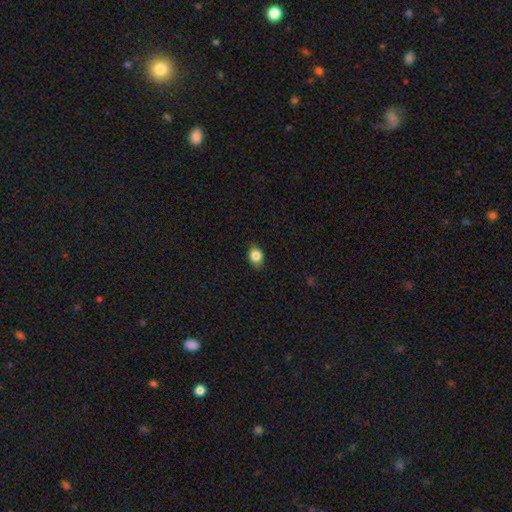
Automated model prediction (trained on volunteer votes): This is clearly a smooth galaxy (83%). How rounded: likely in between (62%). Merging: clearly none (83%).